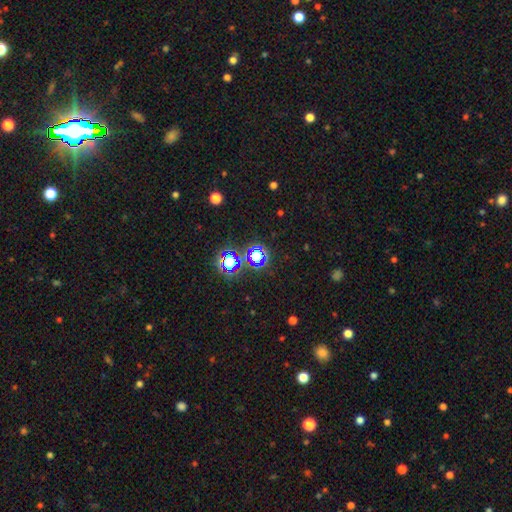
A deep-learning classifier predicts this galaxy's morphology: star or artifact 72%, smooth 20%, featured or disk 9%.